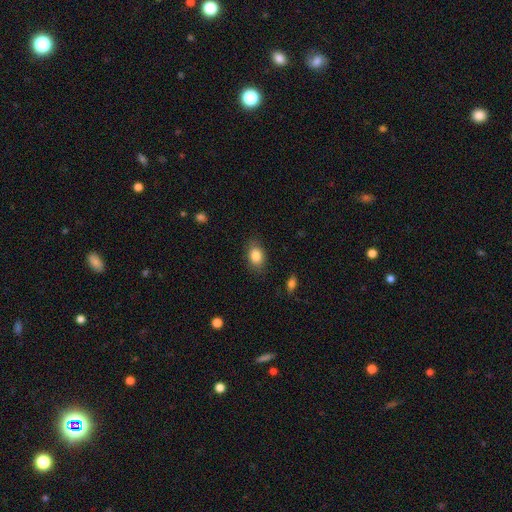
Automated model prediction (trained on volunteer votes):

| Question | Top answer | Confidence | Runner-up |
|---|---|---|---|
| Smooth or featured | smooth | 85% | star or artifact (8%) |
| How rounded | in between | 80% | round (18%) |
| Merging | none | 82% | minor disturbance (13%) |